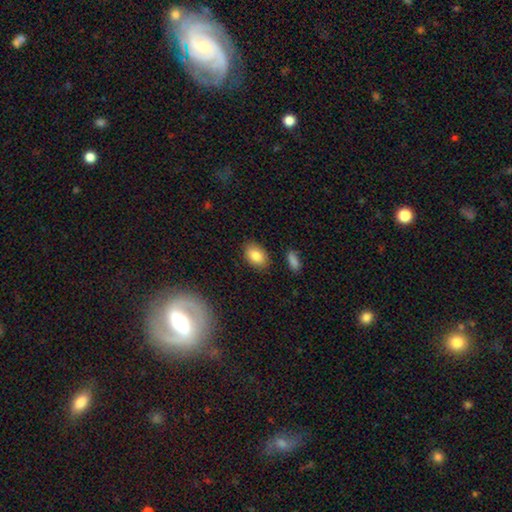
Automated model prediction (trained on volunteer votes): Morphology: type=smooth (84%); roundness=in between (87%); merging=none (85%).